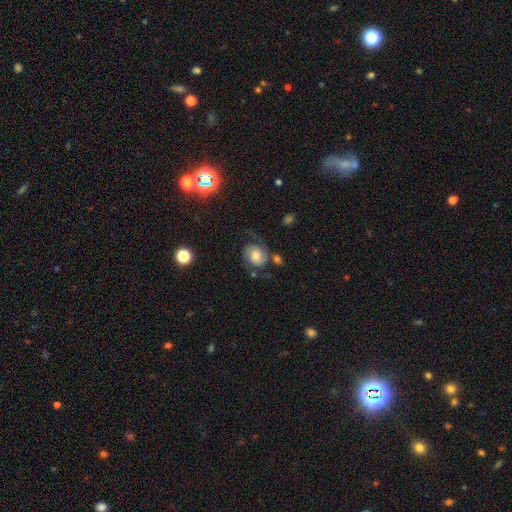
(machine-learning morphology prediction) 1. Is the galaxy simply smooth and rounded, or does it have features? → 58% featured or disk, 32% smooth, 10% star or artifact.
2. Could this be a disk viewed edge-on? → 97% no, 3% yes.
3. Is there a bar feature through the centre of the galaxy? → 70% no, 25% weak, 5% strong.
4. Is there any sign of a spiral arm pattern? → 90% yes, 10% no.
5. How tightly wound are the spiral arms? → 43% medium, 29% tight, 28% loose.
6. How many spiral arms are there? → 74% 2, 14% 1, 7% can't tell, 2% 3, 1% 4, 1% more than 4.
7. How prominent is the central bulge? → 51% moderate, 23% large, 17% small, 5% none, 4% dominant.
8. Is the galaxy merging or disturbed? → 53% none, 21% minor disturbance, 20% major disturbance, 6% merger.